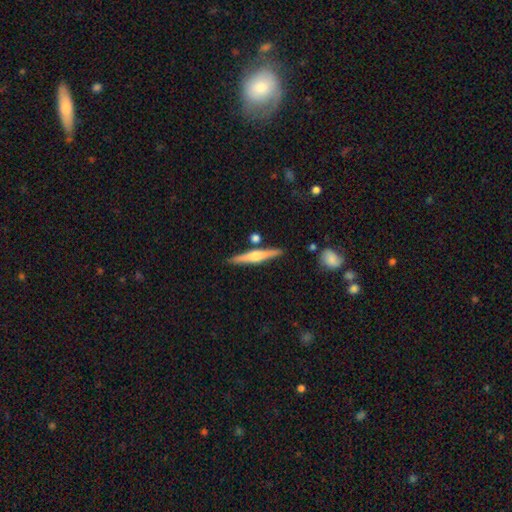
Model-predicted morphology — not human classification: Smooth or featured? Predicted: featured or disk (p=0.64). Edge-on disk? Predicted: yes (p=0.98). Edge-on bulge? Predicted: rounded (p=0.86). Merging? Predicted: none (p=0.85).